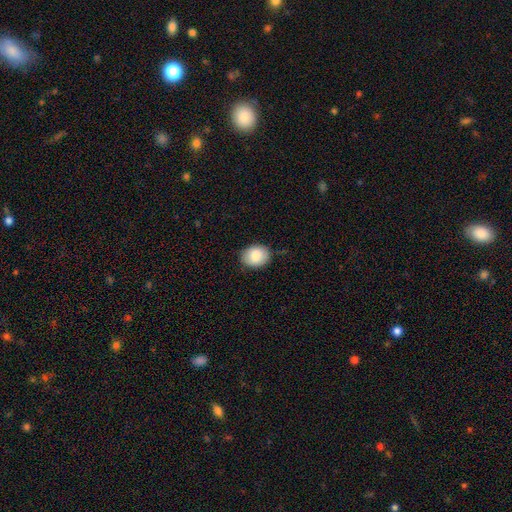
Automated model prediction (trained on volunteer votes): A smooth galaxy with no disk features (85%) that is in between round and cigar-shaped (56%).

Vote fractions:
- Smooth or featured? smooth: 85% / featured or disk: 8% / star or artifact: 7%
- How rounded? in between: 56% / round: 43% / cigar-shaped: 1%
- Merging? none: 82% / minor disturbance: 14% / major disturbance: 2% / merger: 1%